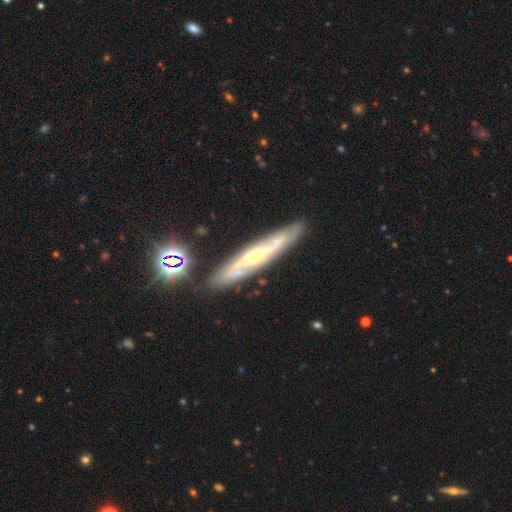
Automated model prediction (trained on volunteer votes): Morphology: type=featured or disk (78%); edge-on=yes (51%); merging=none (82%).